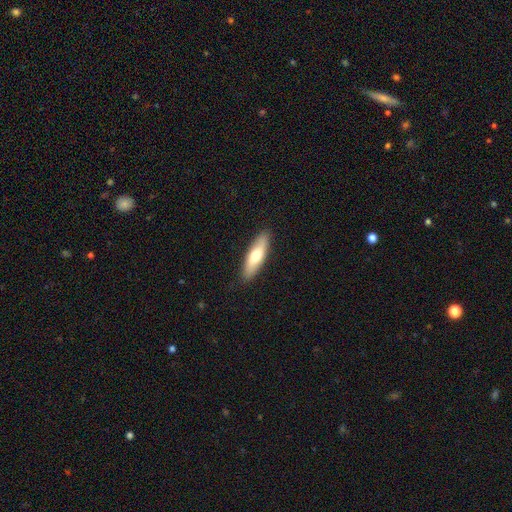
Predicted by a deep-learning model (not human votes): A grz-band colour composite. It shows a smooth galaxy with no disk features (66%) that is cigar-shaped (57%). Merging: none (88%).